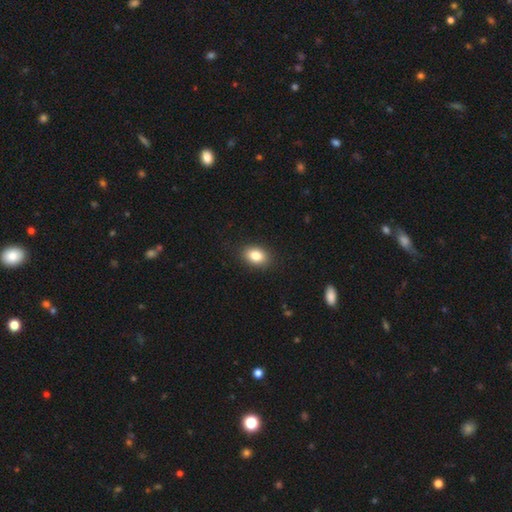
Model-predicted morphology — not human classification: A smooth galaxy with no disk features (84%) that is in between round and cigar-shaped (78%). Merging: none (88%).